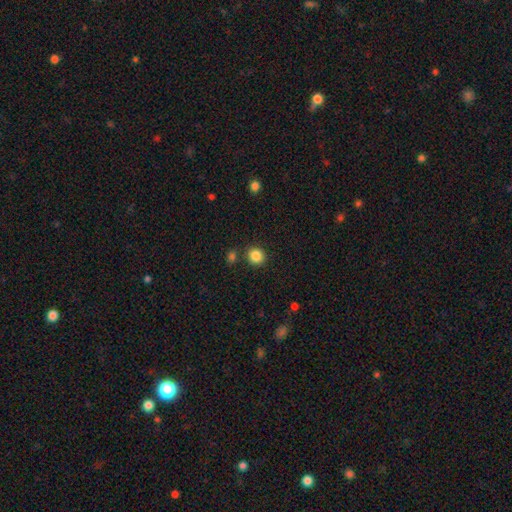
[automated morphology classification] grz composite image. It shows a smooth galaxy with no disk features (86%) that is round (87%). Merging: none (84%).